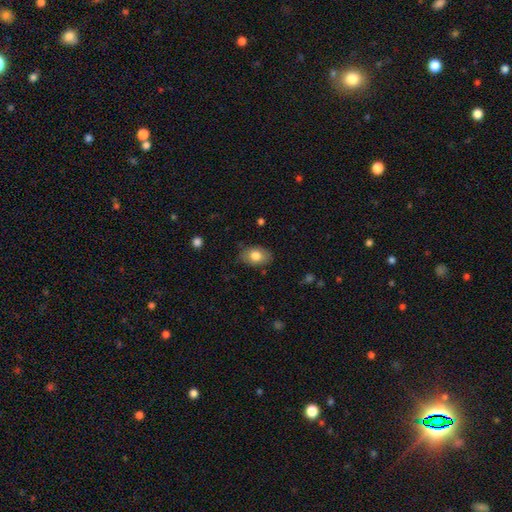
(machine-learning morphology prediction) Q: Smooth or featured?
A: smooth (78%); runner-up: featured or disk (15%)
Q: How rounded?
A: in between (85%); runner-up: round (13%)
Q: Merging?
A: none (80%); runner-up: minor disturbance (15%)